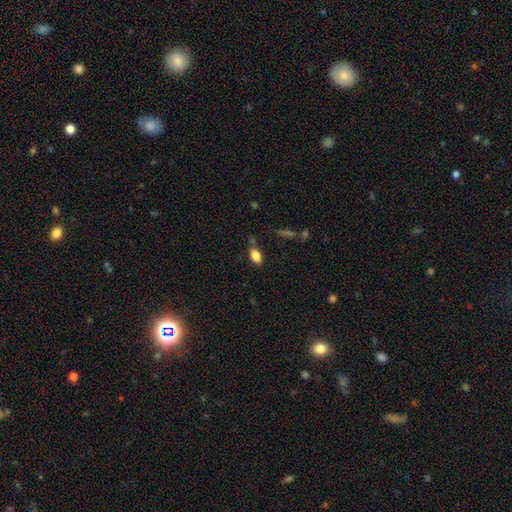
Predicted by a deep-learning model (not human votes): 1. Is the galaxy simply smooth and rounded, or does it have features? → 84% smooth, 9% star or artifact, 8% featured or disk.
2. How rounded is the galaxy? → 90% in between, 5% cigar-shaped, 5% round.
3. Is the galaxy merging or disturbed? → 73% none, 17% minor disturbance, 6% merger, 5% major disturbance.